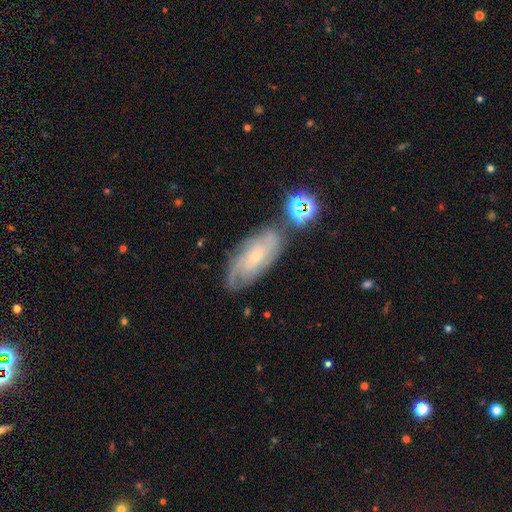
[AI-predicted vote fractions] featured or disk 69%, smooth 21%, star or artifact 10%. Down the decision tree: edge-on disk — no (91%); bar — no (73%); spiral arms — yes (90%); spiral arm count — can't tell (50%); spiral winding — tight (60%); bulge size — small (80%); merging — none (68%).